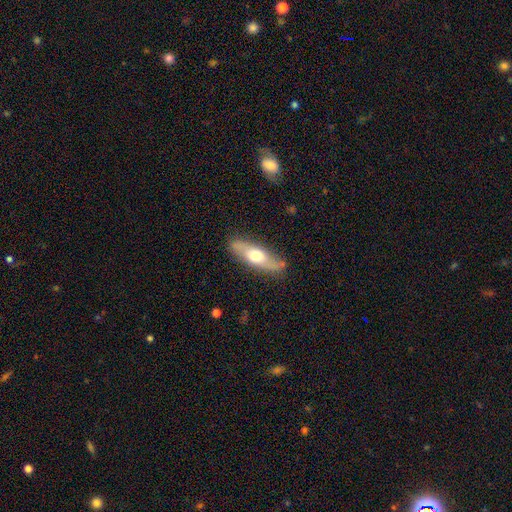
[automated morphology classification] smooth_or_featured: featured or disk (p=0.49) [alt: smooth p=0.46]
merging: none (p=0.80) [alt: minor disturbance p=0.15]